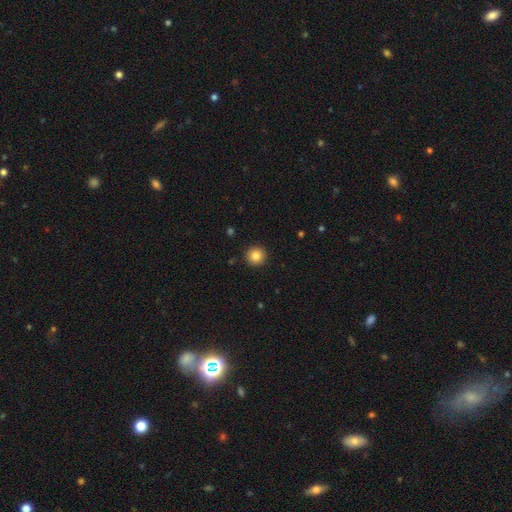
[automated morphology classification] Q: Smooth or featured?
A: smooth (84%); runner-up: star or artifact (10%)
Q: How rounded?
A: round (95%); runner-up: in between (4%)
Q: Merging?
A: none (92%); runner-up: minor disturbance (5%)